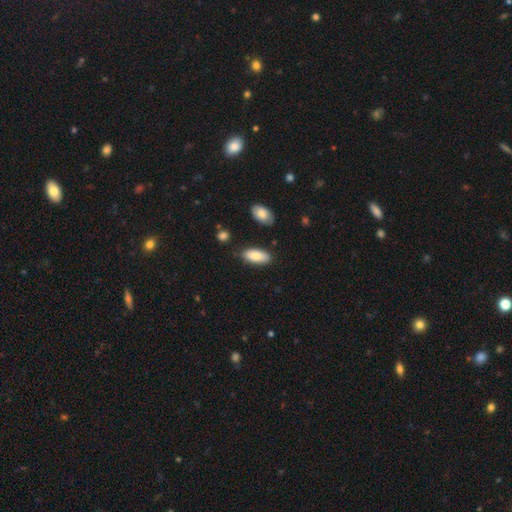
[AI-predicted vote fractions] Q: Smooth or featured?
A: smooth (83%); runner-up: featured or disk (11%)
Q: How rounded?
A: in between (88%); runner-up: cigar-shaped (10%)
Q: Merging?
A: none (81%); runner-up: minor disturbance (14%)